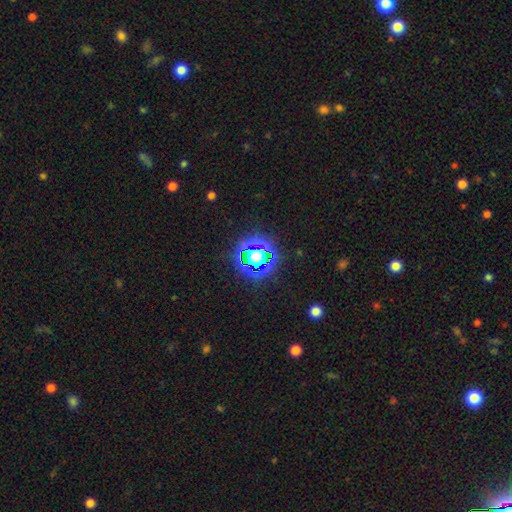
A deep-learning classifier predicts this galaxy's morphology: The model was most divided on "smooth or featured": star or artifact: 65%, smooth: 22%, featured or disk: 12%.